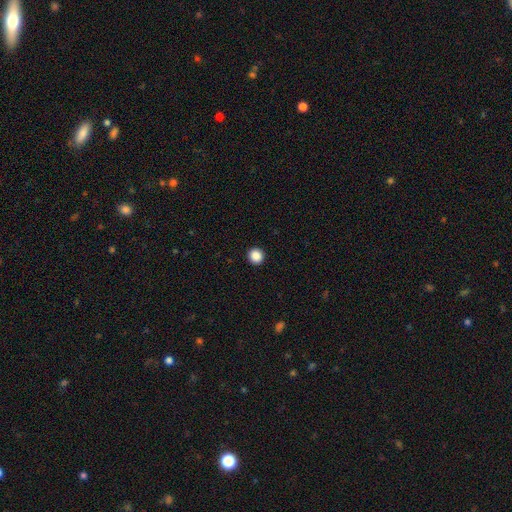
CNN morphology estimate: type=smooth (88%); roundness=round (93%); merging=none (93%).